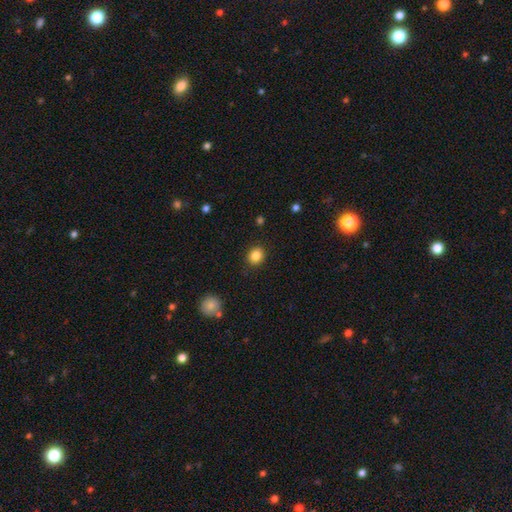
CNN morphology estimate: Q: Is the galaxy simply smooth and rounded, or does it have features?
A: smooth — 85%.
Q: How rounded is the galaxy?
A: round — 68%.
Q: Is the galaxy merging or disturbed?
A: none — 89%.